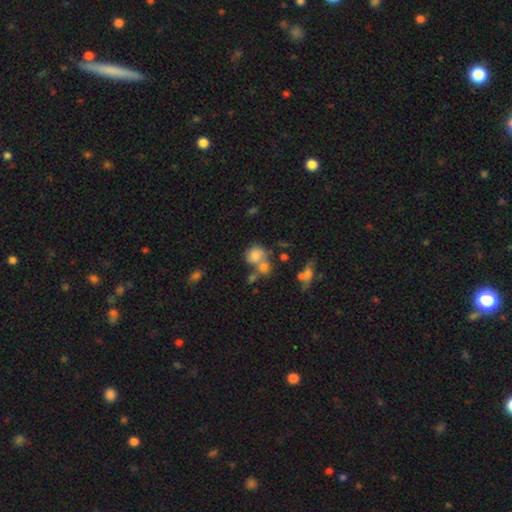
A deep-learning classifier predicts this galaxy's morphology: The model was most divided on "merging": merger: 44%, none: 37%, minor disturbance: 12%, major disturbance: 7%. More confident: smooth or featured — smooth (74%); how rounded — round (71%).